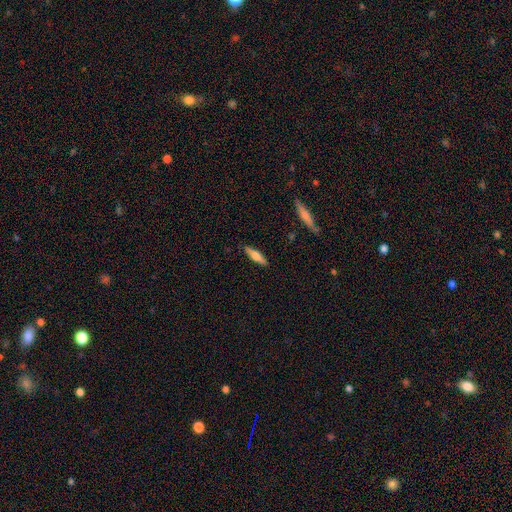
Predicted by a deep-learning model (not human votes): A smooth galaxy with no disk features (52%) that is cigar-shaped (71%).

Vote fractions:
- Smooth or featured? smooth: 52% / featured or disk: 42% / star or artifact: 6%
- How rounded? cigar-shaped: 71% / in between: 27% / round: 2%
- Merging? none: 89% / minor disturbance: 8% / major disturbance: 2% / merger: 1%